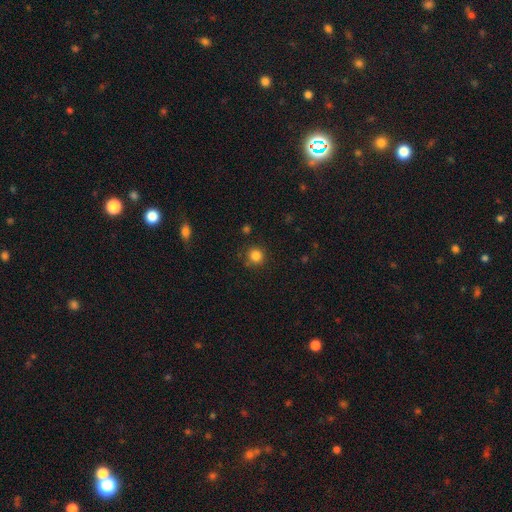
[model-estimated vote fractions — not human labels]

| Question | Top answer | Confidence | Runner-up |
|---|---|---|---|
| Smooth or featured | smooth | 84% | star or artifact (12%) |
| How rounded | round | 93% | in between (6%) |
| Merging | none | 86% | minor disturbance (9%) |